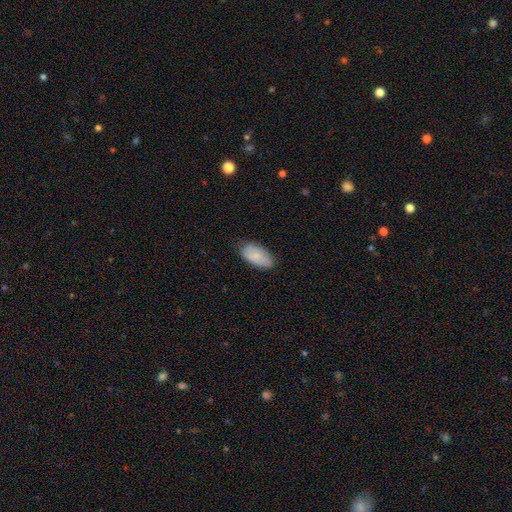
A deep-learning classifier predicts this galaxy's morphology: Overall: smooth (83%). How rounded: in between (94%). Merging: none (74%).